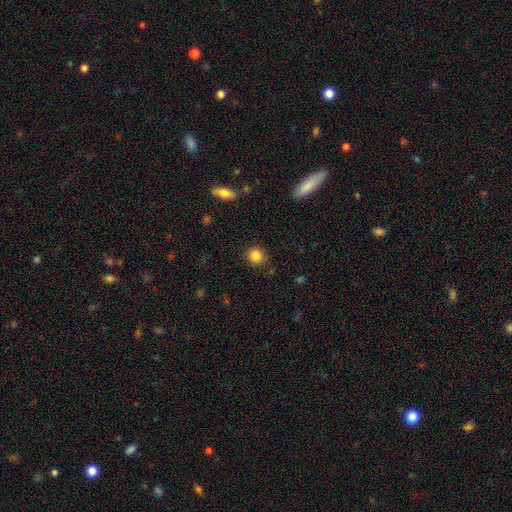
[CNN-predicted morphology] smooth-or-featured: smooth: 85% | star or artifact: 10% | featured or disk: 4%
  how-rounded: round: 89% | in between: 10% | cigar-shaped: 1%
  merging: none: 88% | minor disturbance: 8% | major disturbance: 3% | merger: 2%